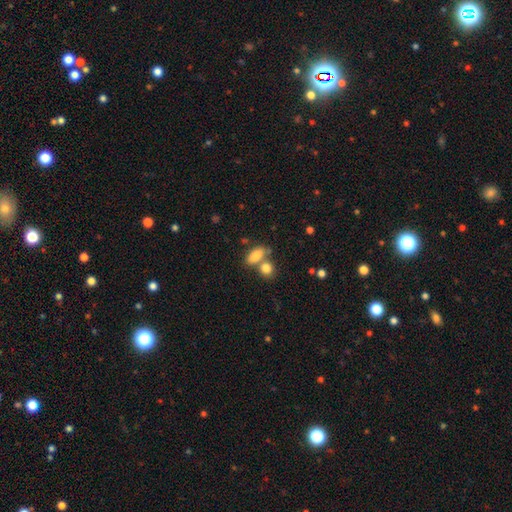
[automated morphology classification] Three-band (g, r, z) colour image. It shows a smooth galaxy with no disk features (82%) that is in between round and cigar-shaped (84%). Merging: none (48%).